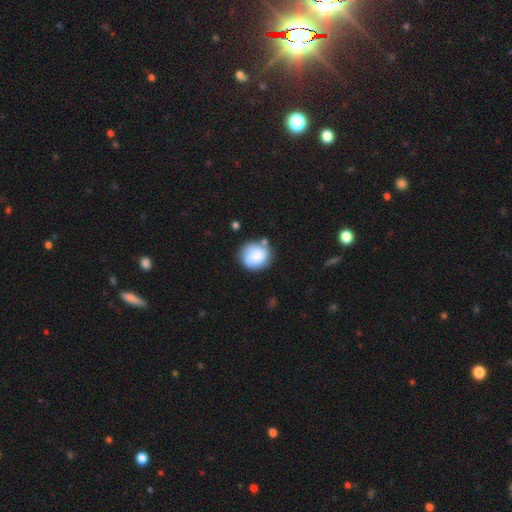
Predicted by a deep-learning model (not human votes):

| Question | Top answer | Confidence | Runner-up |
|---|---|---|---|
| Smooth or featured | smooth | 73% | featured or disk (19%) |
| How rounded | round | 76% | in between (23%) |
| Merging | none | 61% | minor disturbance (23%) |